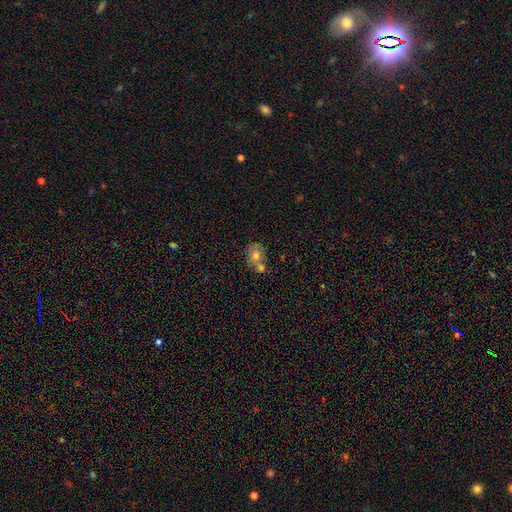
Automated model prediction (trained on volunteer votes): Smooth or featured: smooth — 61% (featured or disk — 27%)
How rounded: round — 63% (in between — 36%)
Merging: merger — 40% (tied with none — 40%)